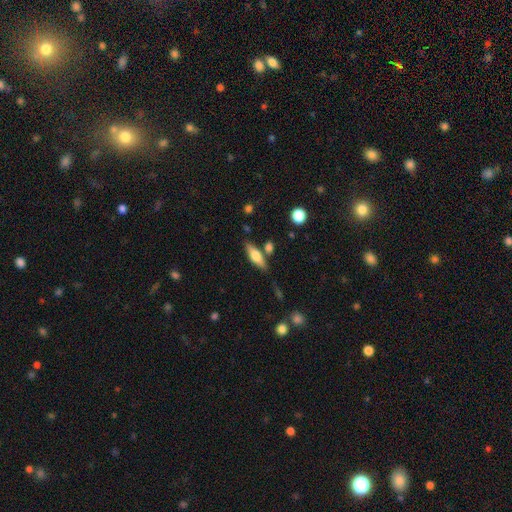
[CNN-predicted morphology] smooth 62%, featured or disk 31%, star or artifact 7%. Down the decision tree: how rounded — in between (54%); merging — none (74%).